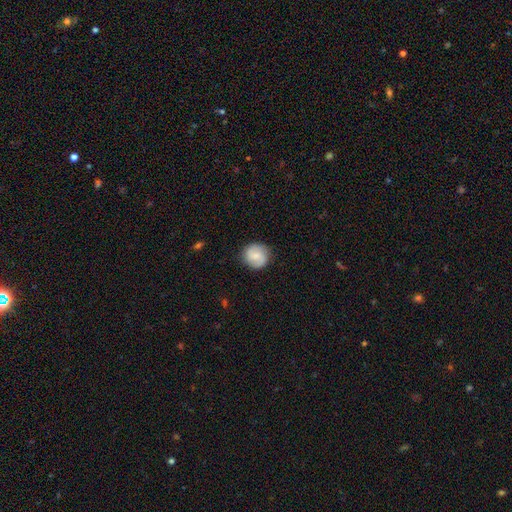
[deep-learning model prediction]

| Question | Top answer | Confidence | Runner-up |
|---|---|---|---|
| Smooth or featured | smooth | 56% | featured or disk (37%) |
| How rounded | round | 90% | in between (9%) |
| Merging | none | 85% | minor disturbance (11%) |